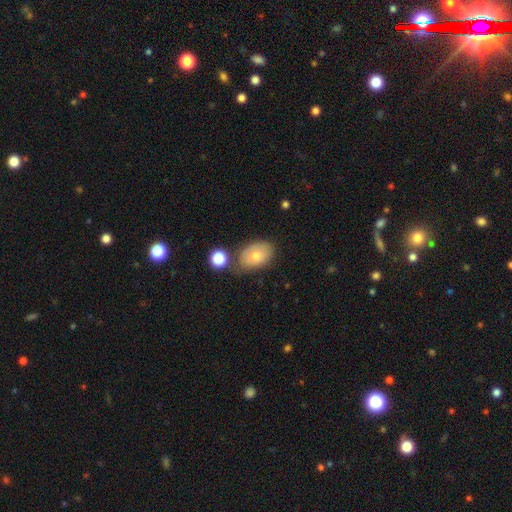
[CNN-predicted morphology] smooth 70%, featured or disk 21%, star or artifact 8%. Down the decision tree: how rounded — in between (84%); merging — none (61%).